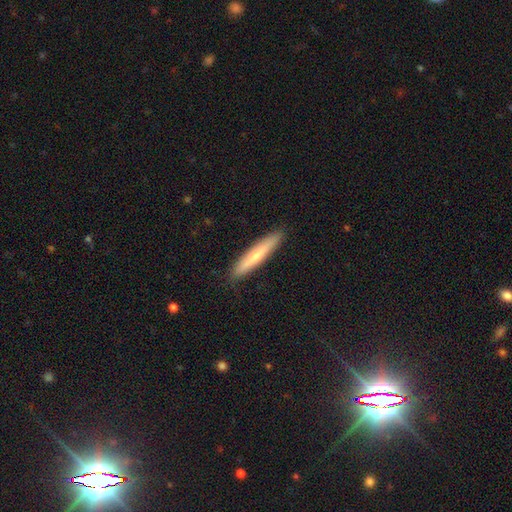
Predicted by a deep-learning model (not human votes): Morphology: type=smooth (63%); roundness=cigar-shaped (92%); merging=none (90%).